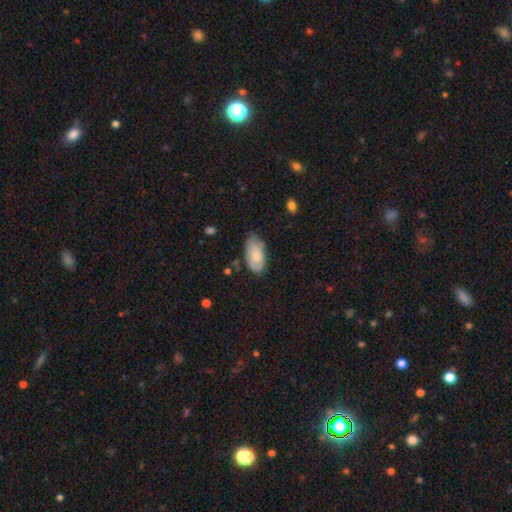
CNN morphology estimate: Smooth or featured? Predicted: smooth (p=0.70). How rounded? Predicted: in between (p=0.94). Merging? Predicted: none (p=0.63).